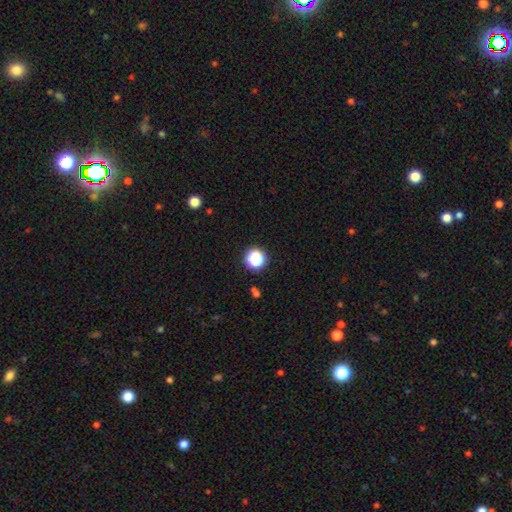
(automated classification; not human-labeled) The model was most divided on "smooth or featured": smooth: 61%, star or artifact: 32%, featured or disk: 7%. More confident: how rounded — round (89%); merging — none (81%).